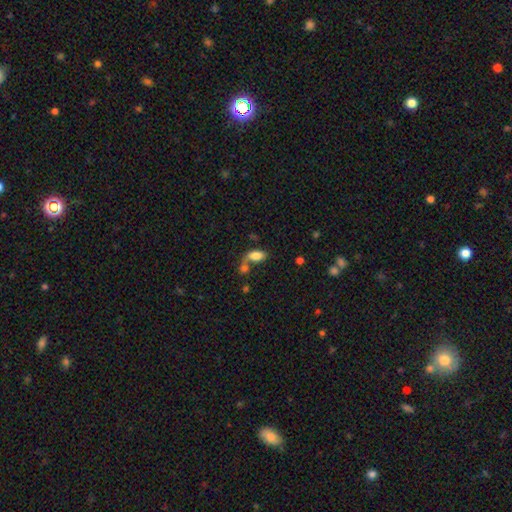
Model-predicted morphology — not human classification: type=smooth (80%); roundness=in between (89%); merging=merger (44%).